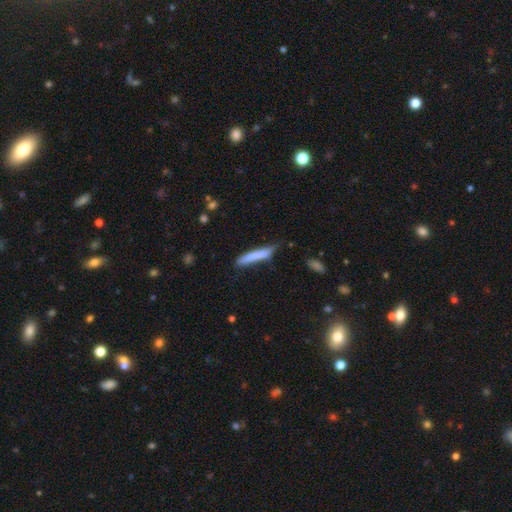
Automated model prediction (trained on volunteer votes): Overall: smooth (74%). How rounded: cigar-shaped (93%). Merging: none (60%; minor disturbance 29%).